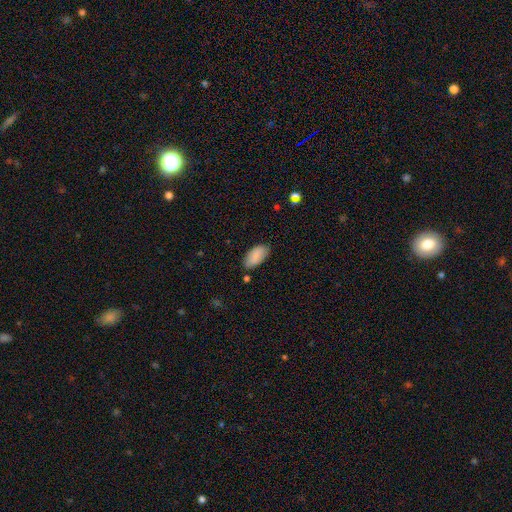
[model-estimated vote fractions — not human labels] Overall: smooth (87%). How rounded: in between (95%). Merging: none (74%).